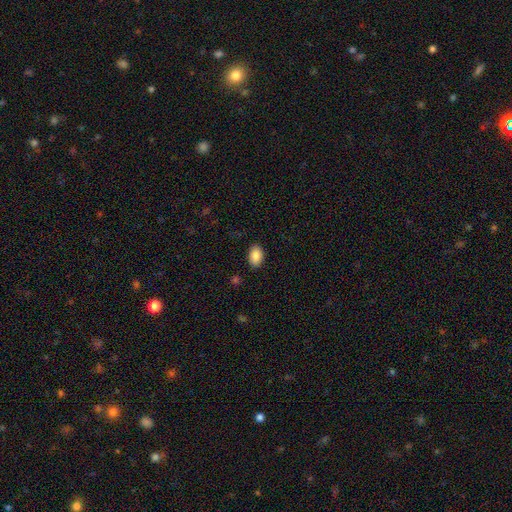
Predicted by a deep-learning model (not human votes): A smooth galaxy with no disk features (88%) that is in between round and cigar-shaped (89%). Merging: none (88%).